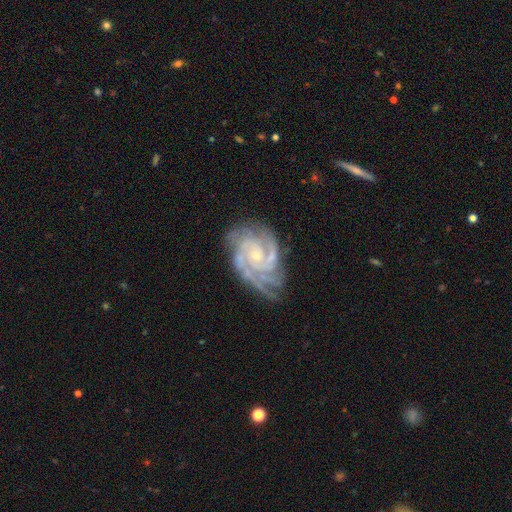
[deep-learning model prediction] Smooth or featured? Predicted: featured or disk (p=0.90). Edge-on disk? Predicted: no (p=0.97). Bar? Predicted: no (p=0.68). Spiral arms? Predicted: yes (p=0.98). Spiral winding? Predicted: tight (p=0.69). Spiral arm count? Predicted: 3 (p=0.30). Bulge size? Predicted: small (p=0.73). Merging? Predicted: none (p=0.68).